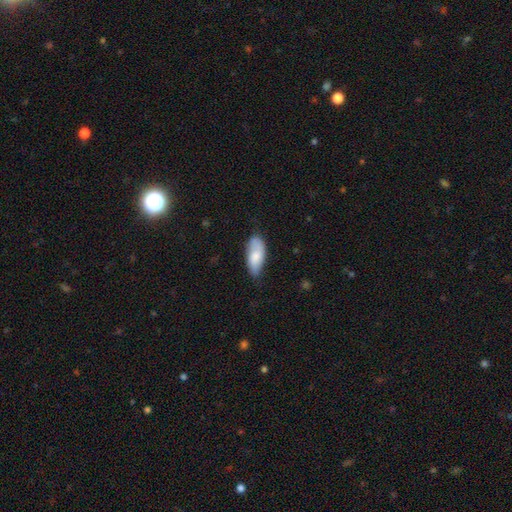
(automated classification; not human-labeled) This appears to be a smooth galaxy with no disk features (74%) that is in between round and cigar-shaped (86%). Merging: none (59%).